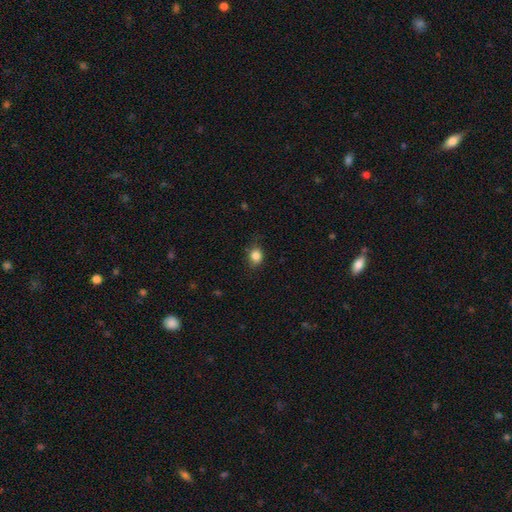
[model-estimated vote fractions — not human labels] A smooth galaxy with no disk features (85%) that is round (61%).

Vote fractions:
- Smooth or featured? smooth: 85% / star or artifact: 10% / featured or disk: 5%
- How rounded? round: 61% / in between: 38% / cigar-shaped: 1%
- Merging? none: 77% / minor disturbance: 18% / major disturbance: 4% / merger: 1%